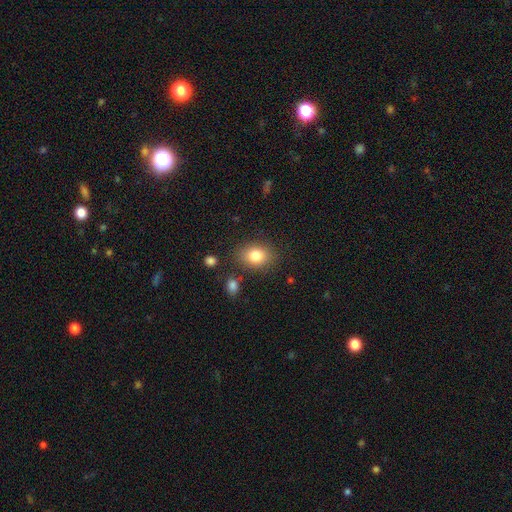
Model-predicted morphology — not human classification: Q: Smooth or featured?
A: smooth (82%); runner-up: star or artifact (9%)
Q: How rounded?
A: in between (61%); runner-up: round (38%)
Q: Merging?
A: none (82%); runner-up: minor disturbance (11%)